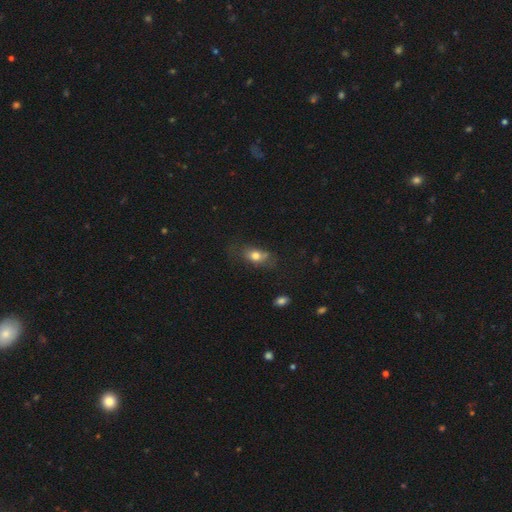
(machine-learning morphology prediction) type=smooth (73%); roundness=in between (78%); merging=none (51%).